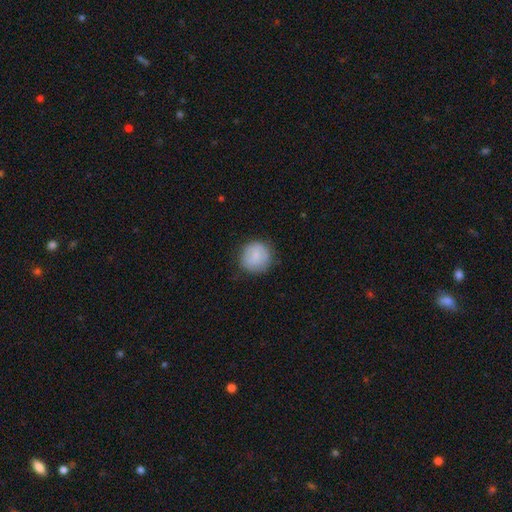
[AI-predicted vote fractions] Smooth or featured? Predicted: smooth (p=0.80). How rounded? Predicted: round (p=0.90). Merging? Predicted: none (p=0.79).